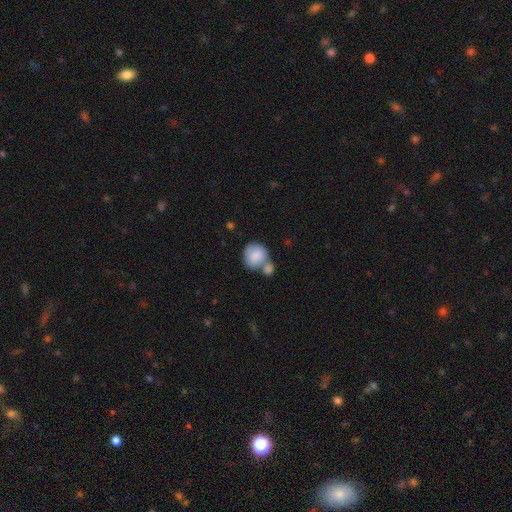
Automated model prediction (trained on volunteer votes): This is clearly a smooth galaxy (84%). How rounded: clearly round (82%). Merging: possibly merger (47%).